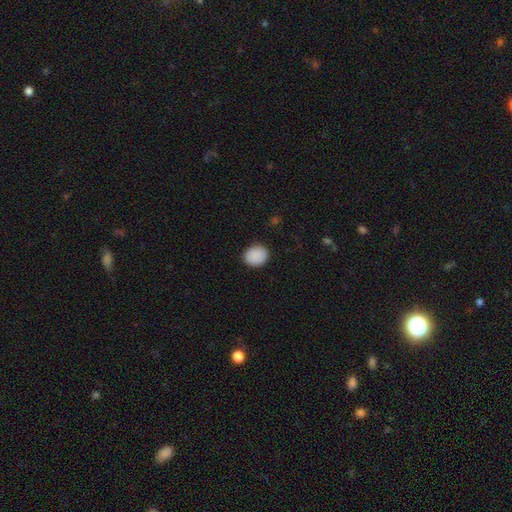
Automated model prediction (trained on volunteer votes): smooth 90%, star or artifact 8%, featured or disk 3%. Down the decision tree: how rounded — round (65%); merging — none (89%).